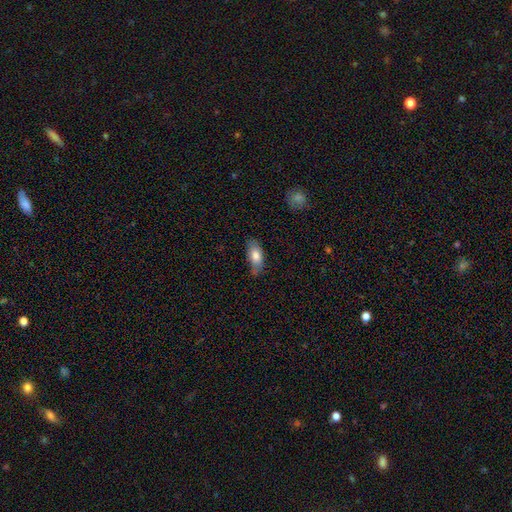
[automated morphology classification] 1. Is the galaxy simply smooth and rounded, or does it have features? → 79% smooth, 14% featured or disk, 7% star or artifact.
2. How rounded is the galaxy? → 87% in between, 10% cigar-shaped, 3% round.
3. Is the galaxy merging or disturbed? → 62% none, 30% minor disturbance, 6% major disturbance, 2% merger.